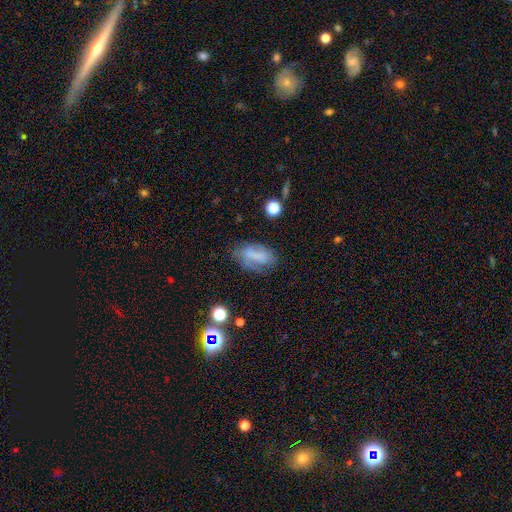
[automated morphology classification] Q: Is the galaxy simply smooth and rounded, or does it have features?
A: smooth — 59%.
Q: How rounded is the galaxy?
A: in between — 83%.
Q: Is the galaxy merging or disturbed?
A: none — 55%.